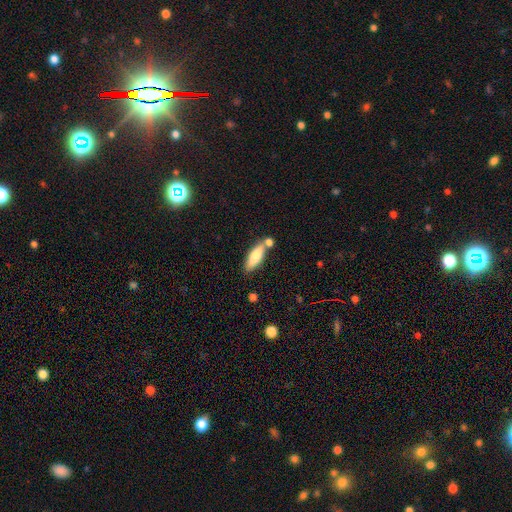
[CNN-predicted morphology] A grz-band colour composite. It shows a smooth galaxy with no disk features (71%) that is in between round and cigar-shaped (55%). Merging: none (65%).